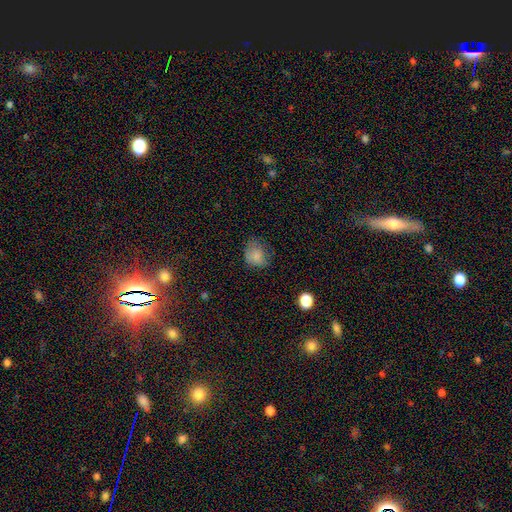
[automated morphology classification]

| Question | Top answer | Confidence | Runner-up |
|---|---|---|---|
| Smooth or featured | smooth | 80% | star or artifact (11%) |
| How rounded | round | 60% | in between (39%) |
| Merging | none | 55% | minor disturbance (31%) |